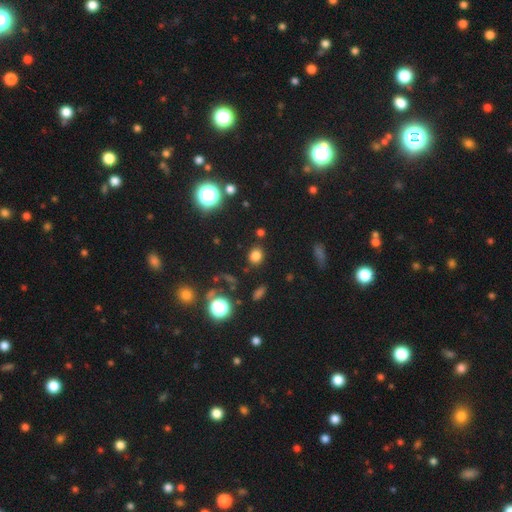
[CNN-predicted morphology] Overall: smooth (76%). How rounded: round (67%; in between 31%). Merging: none (84%).